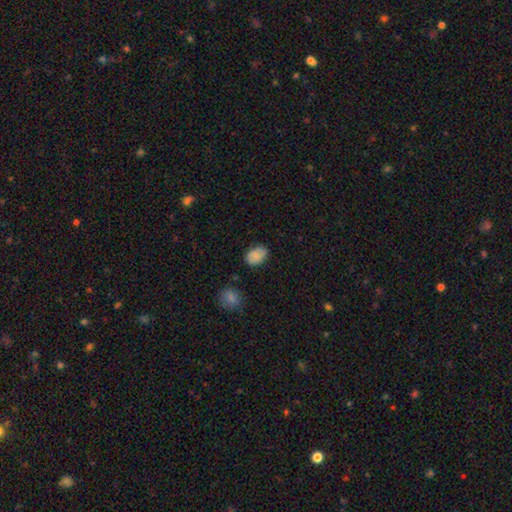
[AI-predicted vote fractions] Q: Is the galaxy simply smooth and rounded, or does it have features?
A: smooth — 83%.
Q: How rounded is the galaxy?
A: in between — 83%.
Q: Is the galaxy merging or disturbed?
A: none — 78%.